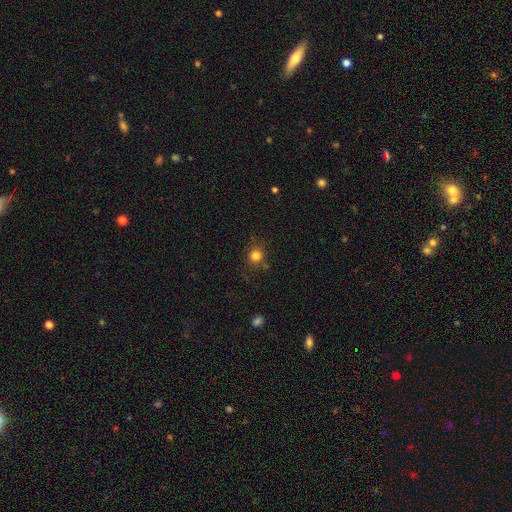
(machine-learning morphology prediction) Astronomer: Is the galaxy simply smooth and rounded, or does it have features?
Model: smooth — 81%.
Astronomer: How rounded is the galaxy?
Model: round — 88%.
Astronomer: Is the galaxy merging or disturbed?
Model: none — 78%.